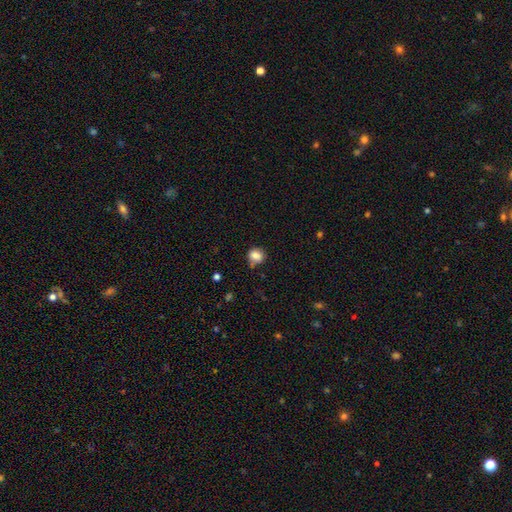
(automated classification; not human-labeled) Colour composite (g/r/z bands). It shows a smooth galaxy with no disk features (81%) that is round (77%). Merging: none (63%).